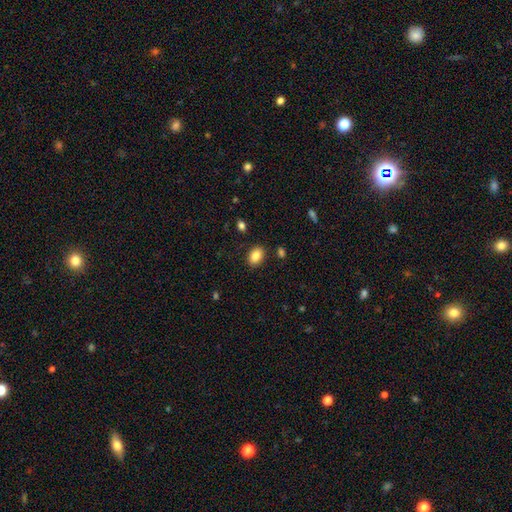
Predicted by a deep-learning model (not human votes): Overall: smooth (86%). How rounded: in between (81%). Merging: none (86%).